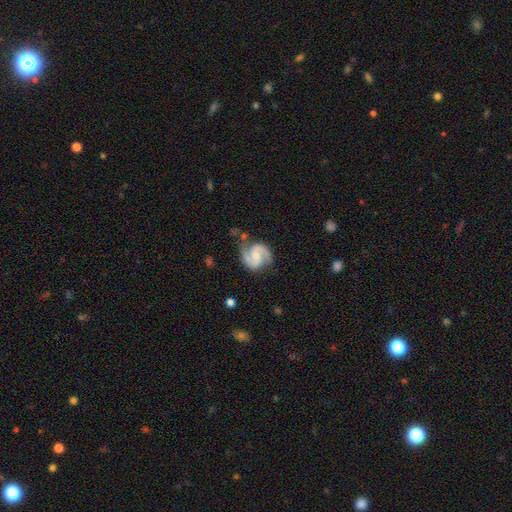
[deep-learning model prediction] Q: Smooth or featured?
A: featured or disk (90%); runner-up: smooth (6%)
Q: Edge-on disk?
A: no (98%); runner-up: yes (2%)
Q: Bar?
A: weak (47%); runner-up: no (38%)
Q: Spiral arms?
A: yes (98%); runner-up: no (2%)
Q: Spiral winding?
A: medium (60%); runner-up: tight (23%)
Q: Spiral arm count?
A: 2 (93%); runner-up: can't tell (2%)
Q: Bulge size?
A: small (51%); runner-up: moderate (33%)
Q: Merging?
A: none (74%); runner-up: minor disturbance (17%)